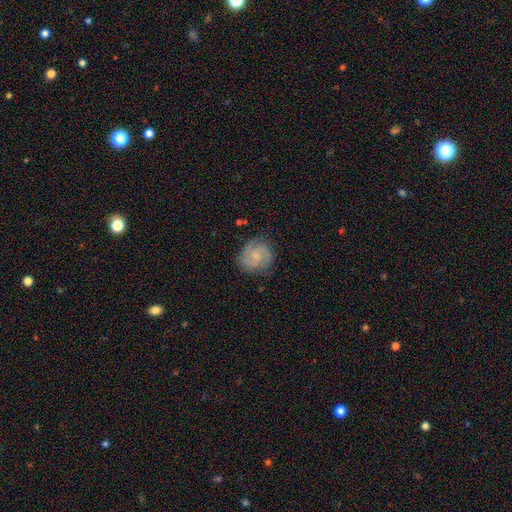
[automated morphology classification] Q: Smooth or featured?
A: featured or disk (65%); runner-up: smooth (28%)
Q: Edge-on disk?
A: no (98%); runner-up: yes (2%)
Q: Bar?
A: no (64%); runner-up: weak (32%)
Q: Spiral arms?
A: yes (93%); runner-up: no (7%)
Q: Spiral winding?
A: medium (44%); runner-up: tight (43%)
Q: Spiral arm count?
A: 2 (53%); runner-up: 3 (20%)
Q: Bulge size?
A: small (60%); runner-up: moderate (20%)
Q: Merging?
A: none (76%); runner-up: minor disturbance (17%)